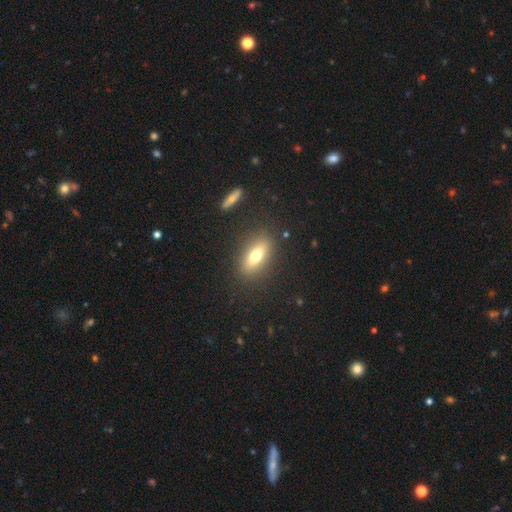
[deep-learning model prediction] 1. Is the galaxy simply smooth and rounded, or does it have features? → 67% smooth, 24% featured or disk, 9% star or artifact.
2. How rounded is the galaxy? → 71% in between, 23% cigar-shaped, 6% round.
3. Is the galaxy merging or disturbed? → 84% none, 9% minor disturbance, 4% major disturbance, 2% merger.